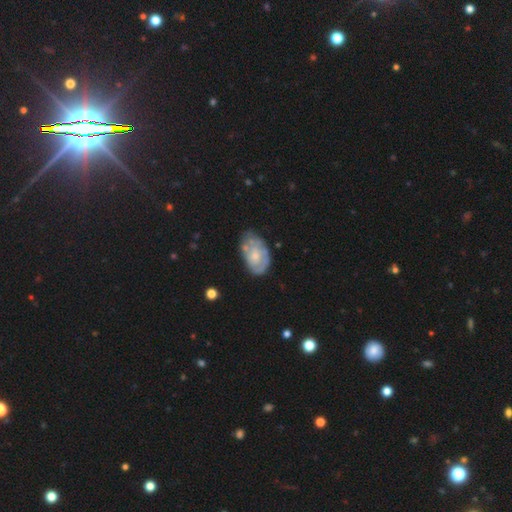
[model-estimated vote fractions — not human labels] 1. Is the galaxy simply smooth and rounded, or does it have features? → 57% featured or disk, 38% smooth, 6% star or artifact.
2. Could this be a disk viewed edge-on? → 96% no, 4% yes.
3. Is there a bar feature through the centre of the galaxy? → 81% no, 16% weak, 3% strong.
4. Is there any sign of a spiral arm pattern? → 52% no, 48% yes.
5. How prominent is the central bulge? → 51% small, 34% moderate, 10% none, 3% large, 1% dominant.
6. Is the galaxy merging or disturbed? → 55% none, 29% minor disturbance, 11% major disturbance, 6% merger.